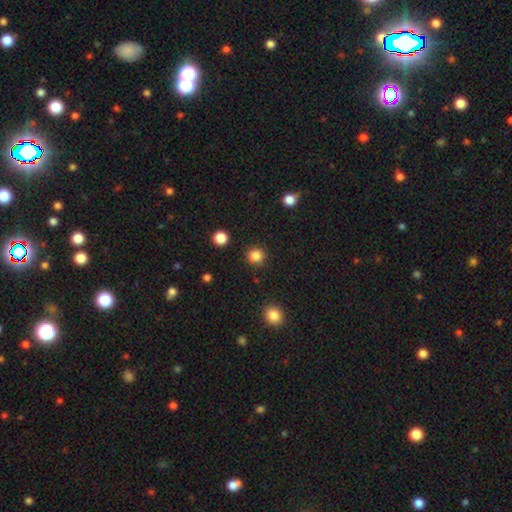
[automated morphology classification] Overall: smooth (85%). How rounded: round (94%). Merging: none (90%).